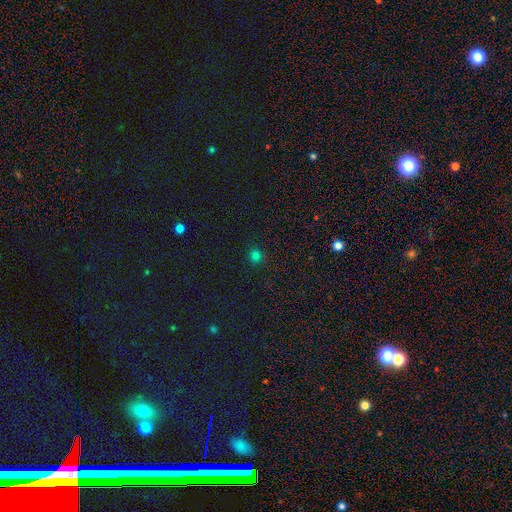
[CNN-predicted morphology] type=smooth (76%); roundness=round (90%); merging=none (89%).